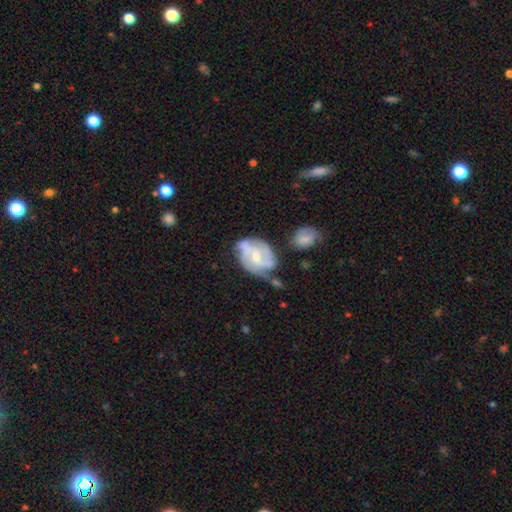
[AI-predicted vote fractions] Morphology: type=featured or disk (74%); edge-on=no (97%); bar=no (52%); spiral arms=yes (83%); winding=medium (42%); arm count=2 (41%); bulge=moderate (49%); merging=none (41%).